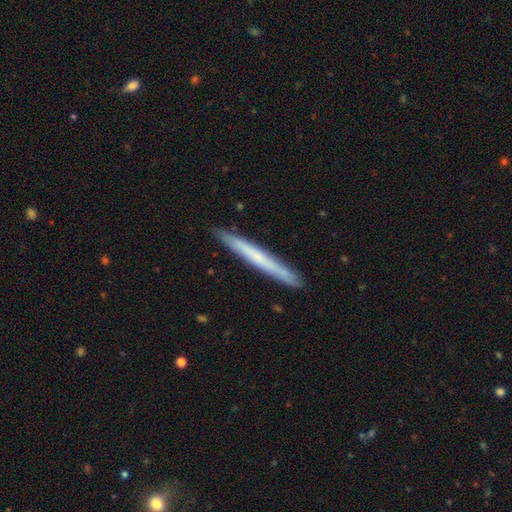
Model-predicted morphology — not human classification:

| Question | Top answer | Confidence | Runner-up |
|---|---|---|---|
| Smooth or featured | smooth | 52% | featured or disk (42%) |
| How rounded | cigar-shaped | 97% | in between (2%) |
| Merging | none | 90% | minor disturbance (8%) |